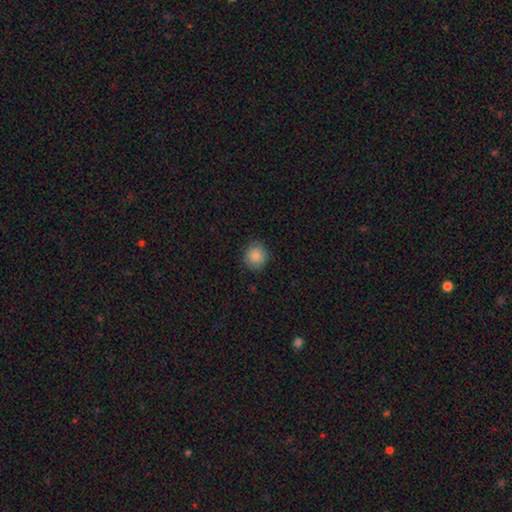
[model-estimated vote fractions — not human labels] Overall: smooth (87%). How rounded: round (88%). Merging: none (88%).